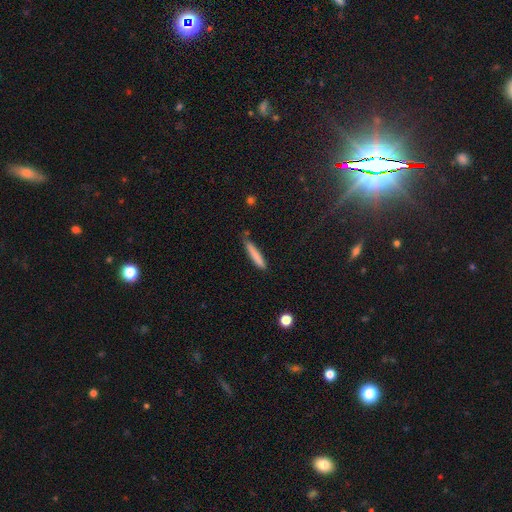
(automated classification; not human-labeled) Smooth or featured: smooth — 81% (featured or disk — 12%)
How rounded: cigar-shaped — 92% (in between — 7%)
Merging: none — 71% (minor disturbance — 22%)